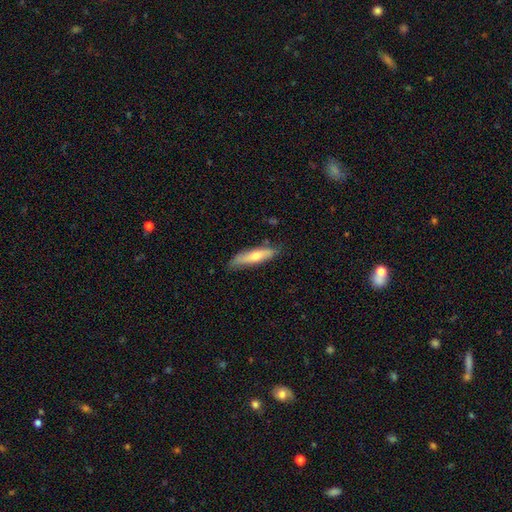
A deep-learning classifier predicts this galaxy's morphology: A smooth galaxy with no disk features (52%) that is cigar-shaped (80%).

Vote fractions:
- Smooth or featured? smooth: 52% / featured or disk: 41% / star or artifact: 6%
- How rounded? cigar-shaped: 80% / in between: 18% / round: 2%
- Merging? none: 80% / minor disturbance: 16% / major disturbance: 3% / merger: 2%